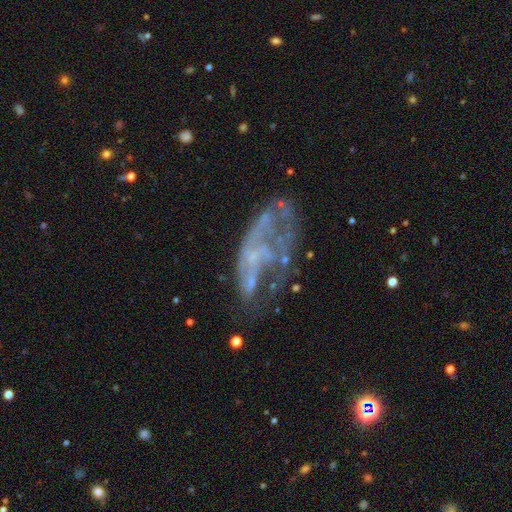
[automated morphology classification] A featured or disk galaxy (66%) with no bar (85%), no spiral arms (73%) and no central bulge (70%). Merging: major disturbance (38%).